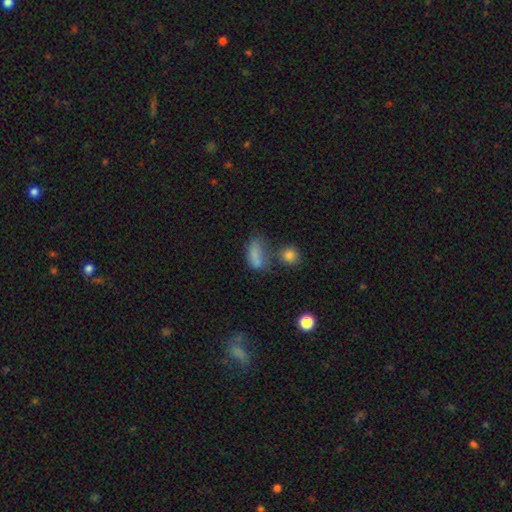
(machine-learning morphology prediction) Smooth or featured?
  - smooth: 76% *
  - star or artifact: 14%
  - featured or disk: 11%
How rounded?
  - in between: 76% *
  - cigar-shaped: 15%
  - round: 9%
Merging?
  - none: 38% *
  - merger: 23%
  - minor disturbance: 22%
  - major disturbance: 17%